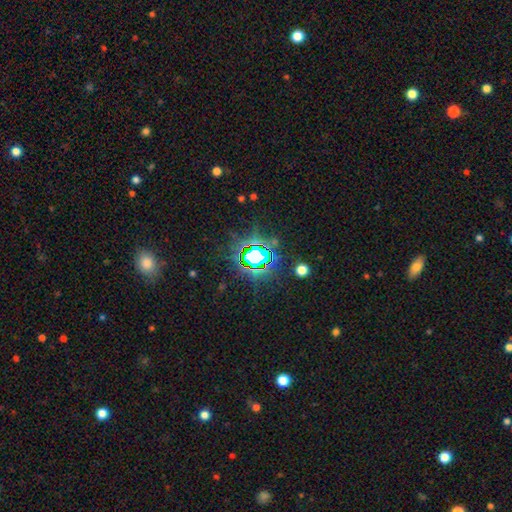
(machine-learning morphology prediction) The model was most divided on "smooth or featured": star or artifact: 74%, smooth: 15%, featured or disk: 11%.